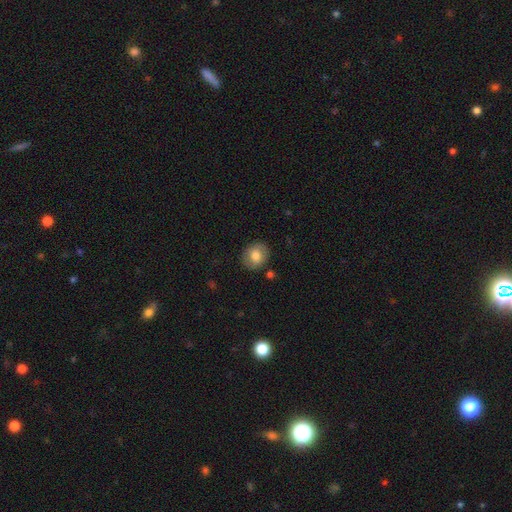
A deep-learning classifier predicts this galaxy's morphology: type=smooth (77%); roundness=round (62%); merging=none (86%).